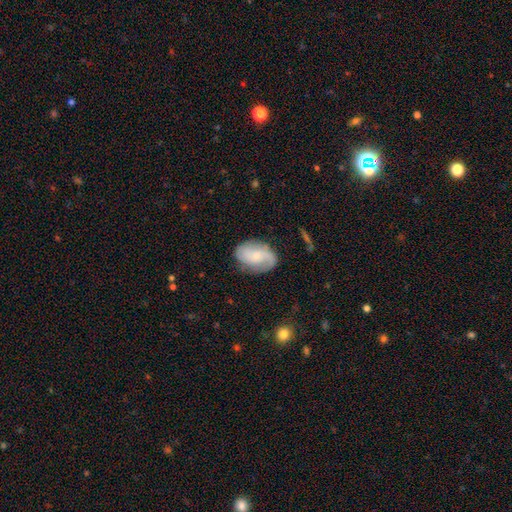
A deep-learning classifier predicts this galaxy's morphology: A featured or disk galaxy (64%) with no bar (60%), 2 (73%) medium (42%) spiral arms (92%) and a small central bulge (56%). Merging: none (73%).